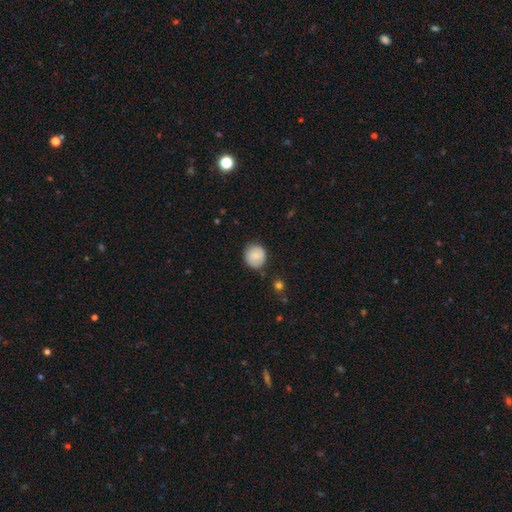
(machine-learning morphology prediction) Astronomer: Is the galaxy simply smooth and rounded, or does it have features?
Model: smooth — 78%.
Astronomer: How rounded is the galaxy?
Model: round — 85%.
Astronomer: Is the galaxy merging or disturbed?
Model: none — 81%.